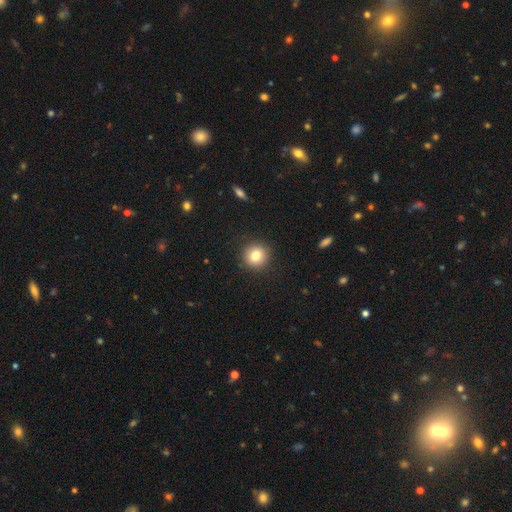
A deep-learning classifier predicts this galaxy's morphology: Smooth or featured?
  - smooth: 80% *
  - star or artifact: 11%
  - featured or disk: 10%
How rounded?
  - round: 93% *
  - in between: 6%
  - cigar-shaped: 1%
Merging?
  - none: 91% *
  - minor disturbance: 6%
  - major disturbance: 2%
  - merger: 1%